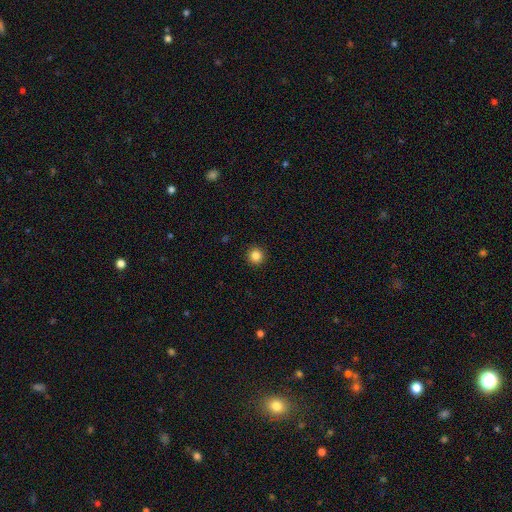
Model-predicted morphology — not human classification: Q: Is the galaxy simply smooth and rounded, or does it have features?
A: smooth — 84%.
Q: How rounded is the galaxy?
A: round — 96%.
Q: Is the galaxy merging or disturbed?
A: none — 93%.